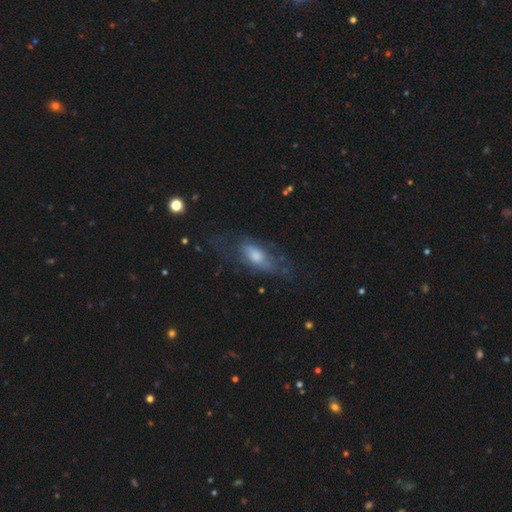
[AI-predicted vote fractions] Smooth or featured? Predicted: smooth (p=0.52). How rounded? Predicted: in between (p=0.79). Merging? Predicted: none (p=0.46).